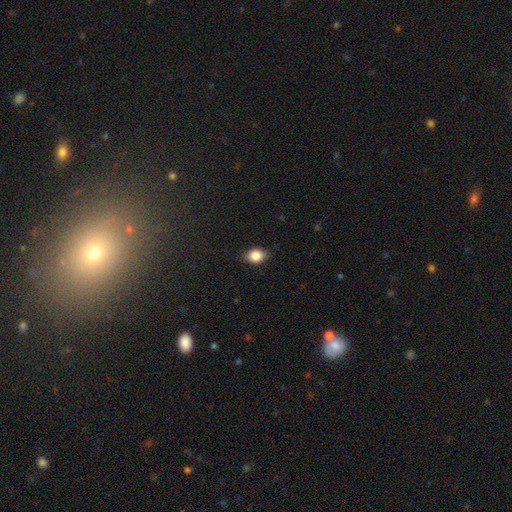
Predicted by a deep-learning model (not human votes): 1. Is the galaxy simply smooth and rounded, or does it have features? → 86% smooth, 9% star or artifact, 6% featured or disk.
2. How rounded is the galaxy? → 64% in between, 34% round, 1% cigar-shaped.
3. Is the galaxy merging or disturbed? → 82% none, 14% minor disturbance, 3% major disturbance, 1% merger.